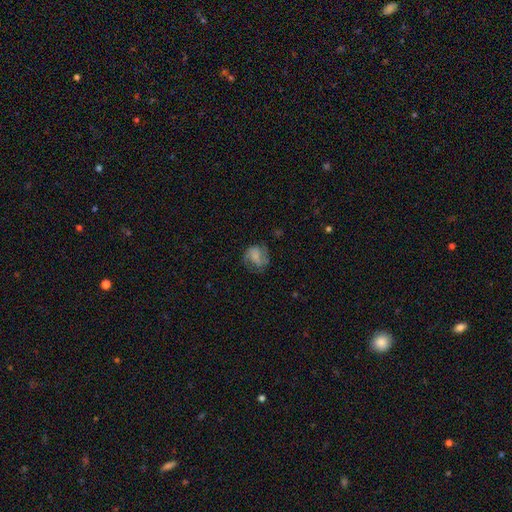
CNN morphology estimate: Q: Smooth or featured?
A: smooth (49%); runner-up: featured or disk (41%)
Q: Merging?
A: none (59%); runner-up: minor disturbance (22%)